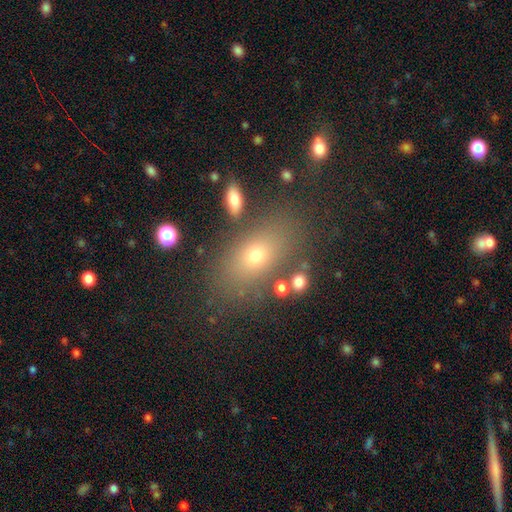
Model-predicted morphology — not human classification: Q: Smooth or featured?
A: smooth (68%); runner-up: featured or disk (17%)
Q: How rounded?
A: in between (82%); runner-up: round (15%)
Q: Merging?
A: none (77%); runner-up: minor disturbance (12%)